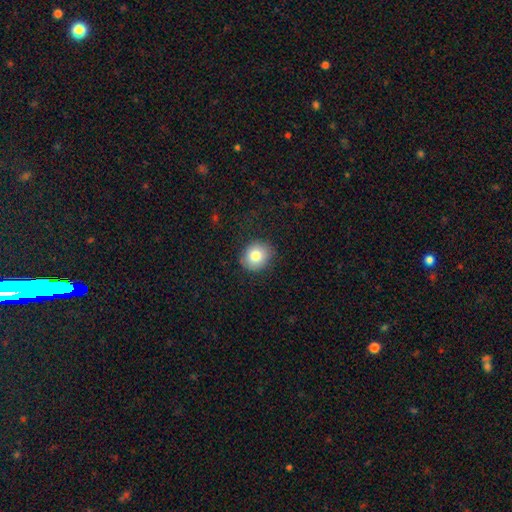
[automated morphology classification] Q: Smooth or featured?
A: smooth (82%); runner-up: featured or disk (9%)
Q: How rounded?
A: round (69%); runner-up: in between (30%)
Q: Merging?
A: none (84%); runner-up: minor disturbance (11%)